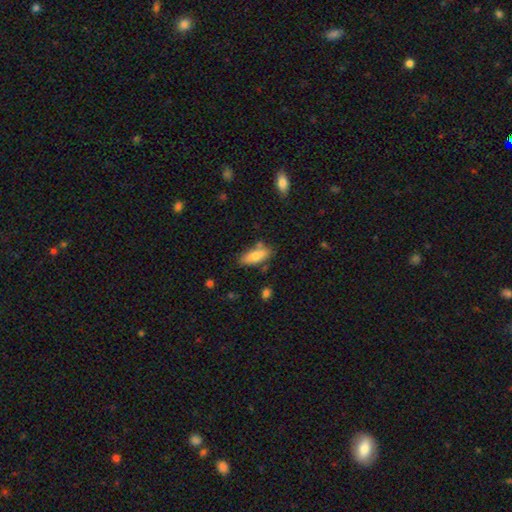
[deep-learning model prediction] Smooth or featured? Predicted: smooth (p=0.80). How rounded? Predicted: in between (p=0.72). Merging? Predicted: none (p=0.71).